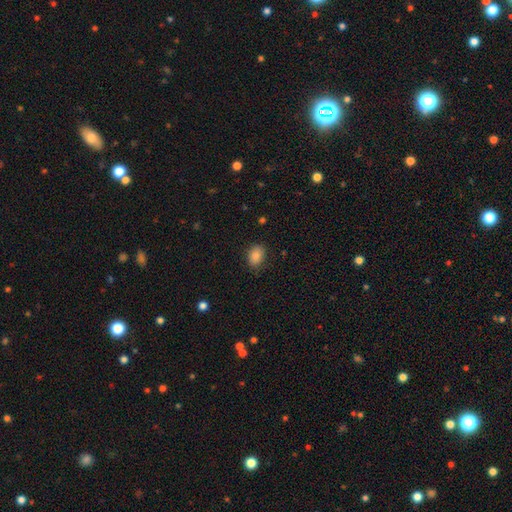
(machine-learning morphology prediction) This is clearly a smooth galaxy (84%). How rounded: likely in between (72%). Merging: clearly none (83%).